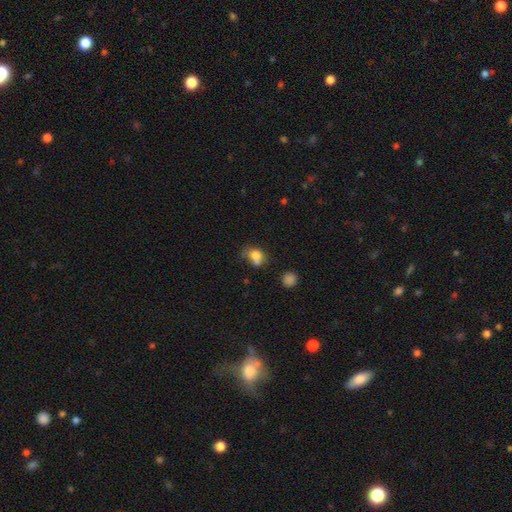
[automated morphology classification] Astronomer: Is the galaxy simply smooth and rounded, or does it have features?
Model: smooth — 76%.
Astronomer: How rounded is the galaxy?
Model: in between — 54% (runner-up: round, 45%).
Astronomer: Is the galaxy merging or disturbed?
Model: none — 35% (runner-up: merger, 26%).